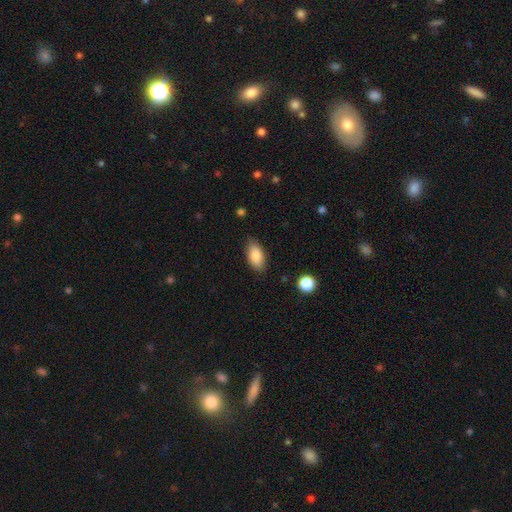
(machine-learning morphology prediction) This appears to be a smooth galaxy with no disk features (86%) that is in between round and cigar-shaped (92%). Merging: none (82%).